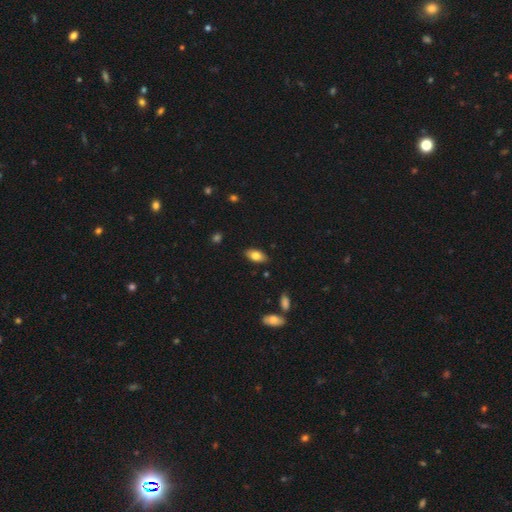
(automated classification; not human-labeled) This appears to be a smooth galaxy with no disk features (78%) that is in between round and cigar-shaped (91%). Merging: none (86%).